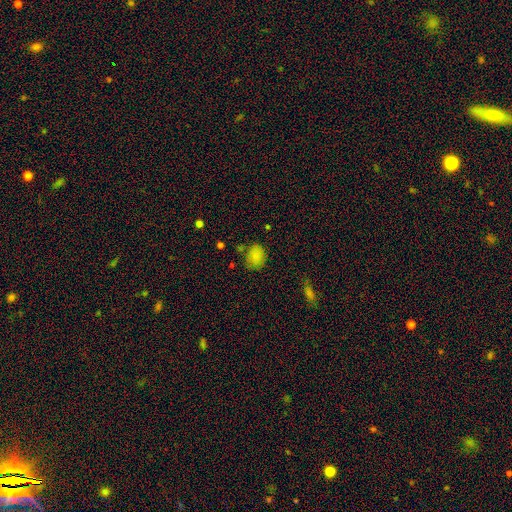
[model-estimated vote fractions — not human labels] Overall: smooth (83%). How rounded: in between (57%; round 42%). Merging: none (73%).